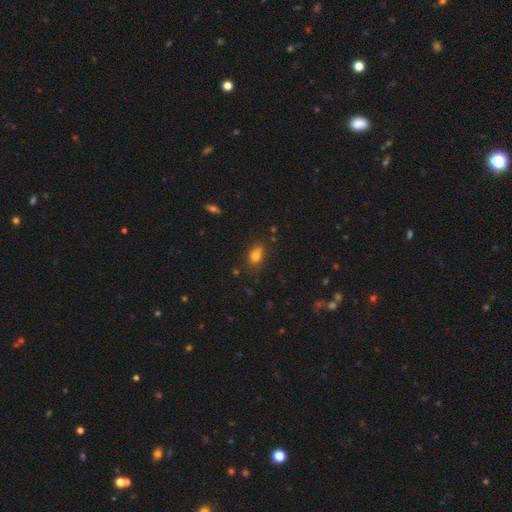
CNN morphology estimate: A smooth galaxy with no disk features (78%) that is in between round and cigar-shaped (66%). Merging: none (63%).